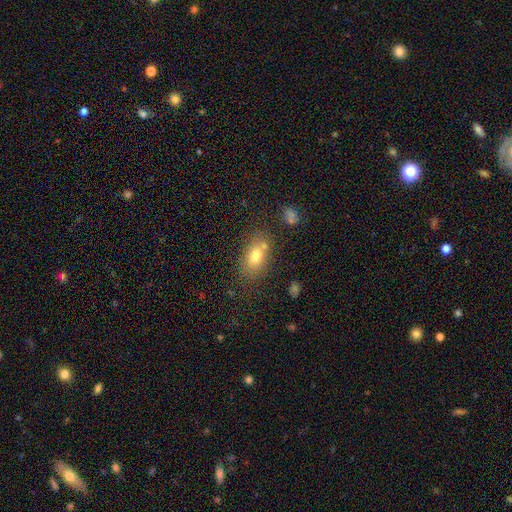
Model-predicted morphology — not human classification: Overall: smooth (73%). How rounded: in between (82%). Merging: none (68%).